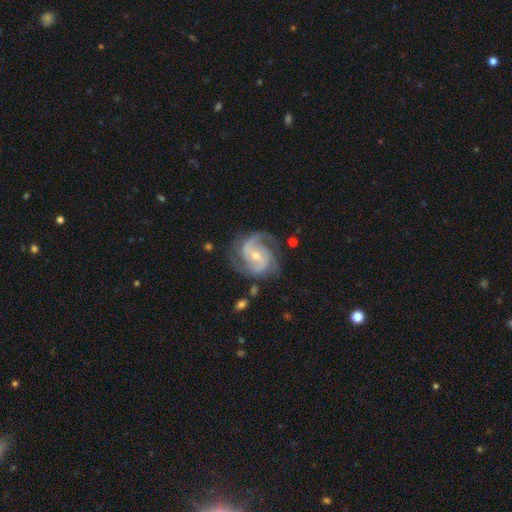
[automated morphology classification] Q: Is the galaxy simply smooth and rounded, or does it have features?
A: featured or disk — 91%.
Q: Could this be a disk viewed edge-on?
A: no — 98%.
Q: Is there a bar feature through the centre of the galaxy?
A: no — 45%.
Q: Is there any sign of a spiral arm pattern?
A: yes — 98%.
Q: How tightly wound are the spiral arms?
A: medium — 49%.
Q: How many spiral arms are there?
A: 2 — 57%.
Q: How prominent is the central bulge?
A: moderate — 49%.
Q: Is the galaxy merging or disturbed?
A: none — 74%.